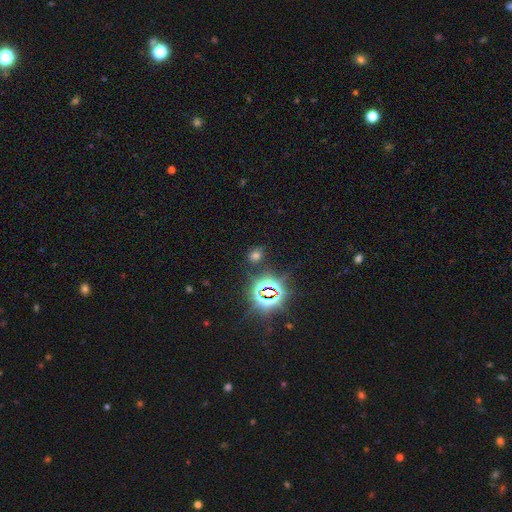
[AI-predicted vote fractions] A smooth galaxy with no disk features (51%) that is in between round and cigar-shaped (56%).

Vote fractions:
- Smooth or featured? smooth: 51% / star or artifact: 42% / featured or disk: 7%
- How rounded? in between: 56% / round: 42% / cigar-shaped: 2%
- Merging? none: 80% / minor disturbance: 12% / major disturbance: 4% / merger: 4%